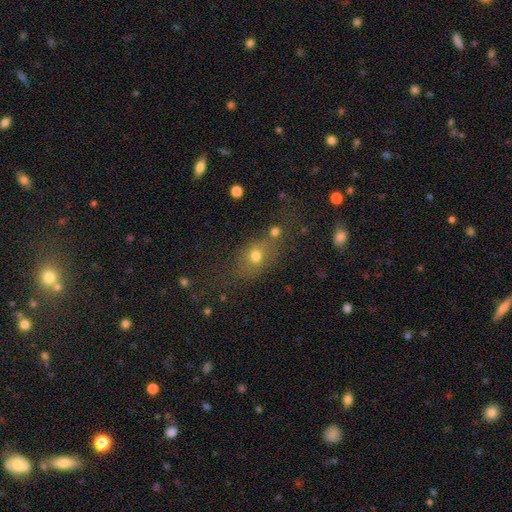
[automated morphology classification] Overall: smooth (68%). How rounded: in between (57%; round 38%). Merging: none (53%; merger 21%).